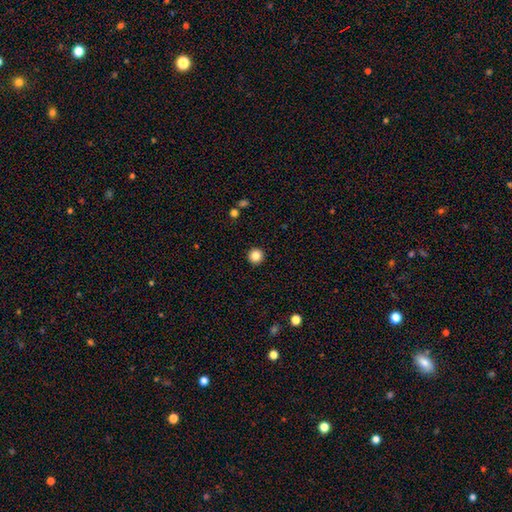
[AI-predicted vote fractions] Overall: smooth (84%). How rounded: round (96%). Merging: none (94%).